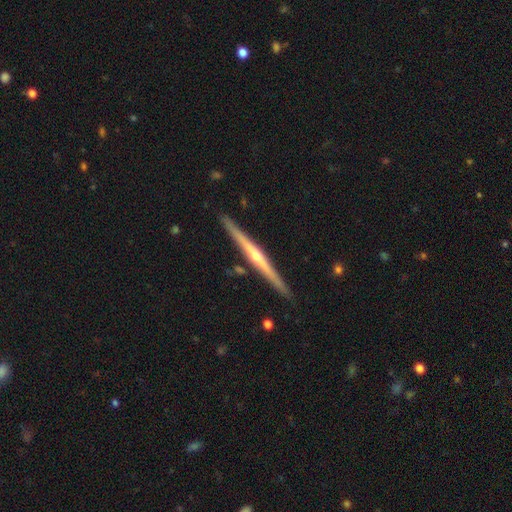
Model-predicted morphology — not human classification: A featured or disk galaxy (82%) viewed edge-on (98%) with a rounded central bulge (77%). Merging: none (91%).